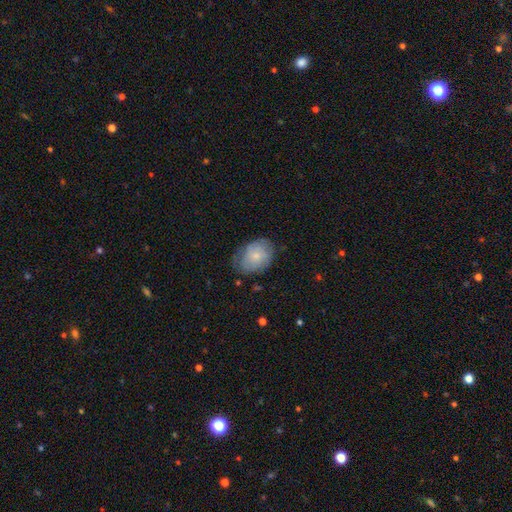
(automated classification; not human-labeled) This is likely a smooth galaxy (67%). How rounded: likely in between (75%). Merging: possibly none (57%).